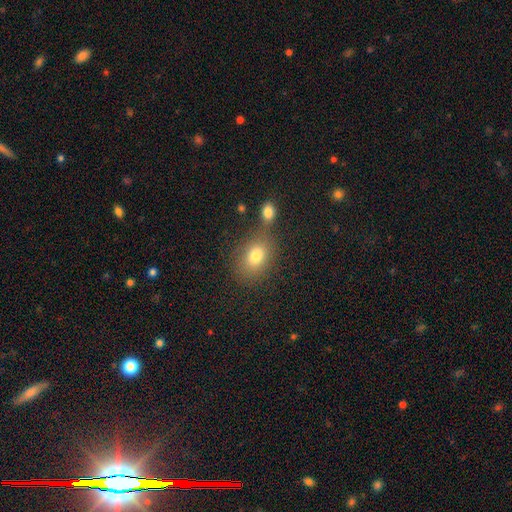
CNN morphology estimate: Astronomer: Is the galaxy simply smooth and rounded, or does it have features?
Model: smooth — 78%.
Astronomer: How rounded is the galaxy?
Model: in between — 71%.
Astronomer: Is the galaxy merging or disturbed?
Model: none — 59%.